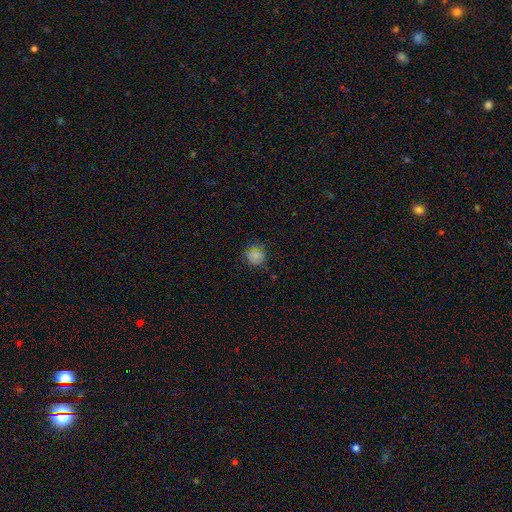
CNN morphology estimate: smooth-or-featured: smooth: 72% | star or artifact: 20% | featured or disk: 8%
  how-rounded: round: 87% | in between: 12% | cigar-shaped: 1%
  merging: none: 78% | minor disturbance: 15% | major disturbance: 5% | merger: 2%